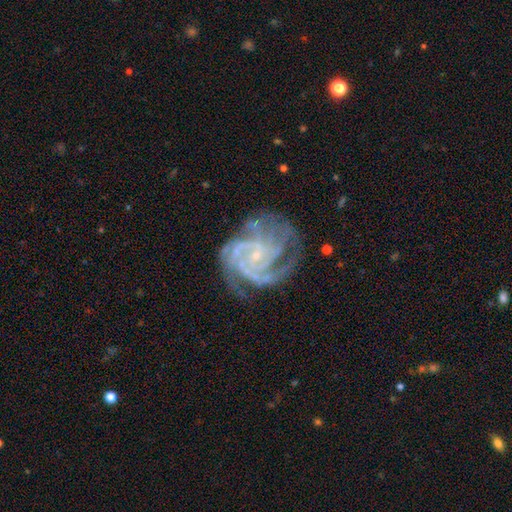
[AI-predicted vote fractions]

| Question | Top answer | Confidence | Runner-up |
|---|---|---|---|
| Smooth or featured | featured or disk | 89% | star or artifact (6%) |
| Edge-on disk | no | 98% | yes (2%) |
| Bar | no | 68% | weak (25%) |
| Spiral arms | yes | 98% | no (2%) |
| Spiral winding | tight | 61% | medium (34%) |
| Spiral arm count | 4 | 31% | 3 (29%) |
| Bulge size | small | 85% | moderate (8%) |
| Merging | none | 61% | minor disturbance (22%) |